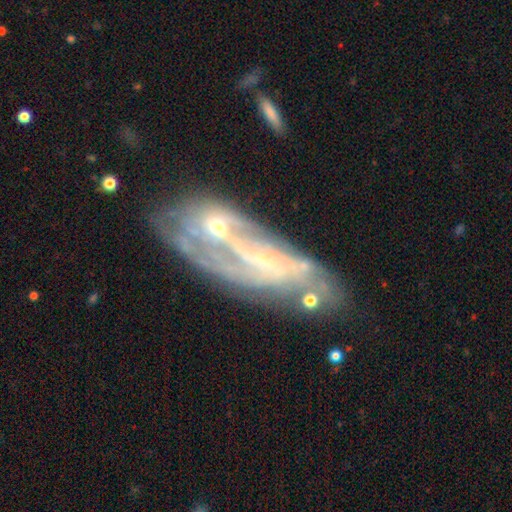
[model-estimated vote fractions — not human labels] smooth-or-featured: featured or disk: 77% | smooth: 14% | star or artifact: 9%
  disk-edge-on: no: 84% | yes: 16%
    bar: no: 44% | weak: 35% | strong: 22%
    has-spiral-arms: yes: 75% | no: 25%
    bulge-size: small: 54% | none: 21% | moderate: 20% | large: 3% | dominant: 2%
  merging: none: 45% | merger: 19% | minor disturbance: 19% | major disturbance: 17%